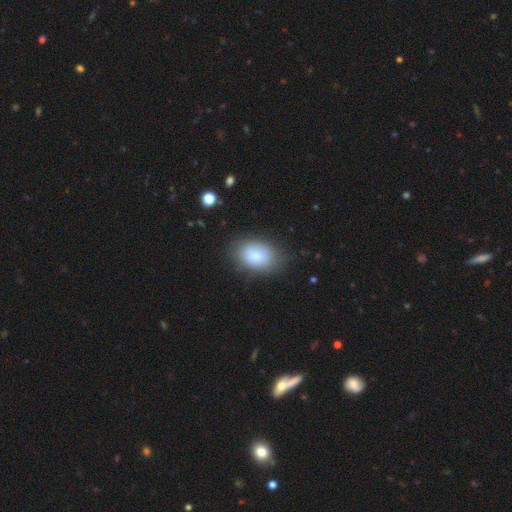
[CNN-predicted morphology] smooth 84%, featured or disk 9%, star or artifact 7%. Down the decision tree: how rounded — in between (83%); merging — none (76%).